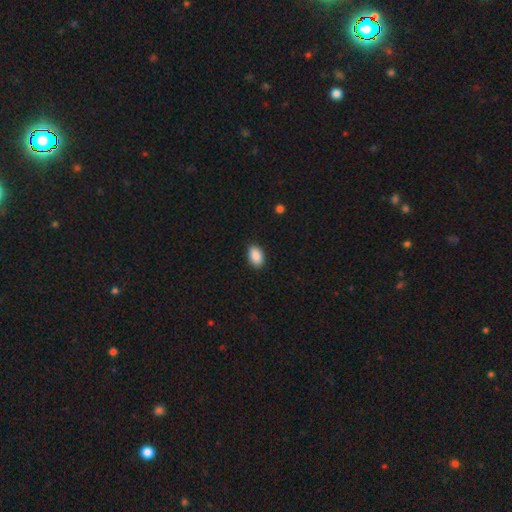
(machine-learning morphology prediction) A smooth galaxy with no disk features (90%) that is in between round and cigar-shaped (90%). Merging: none (89%).